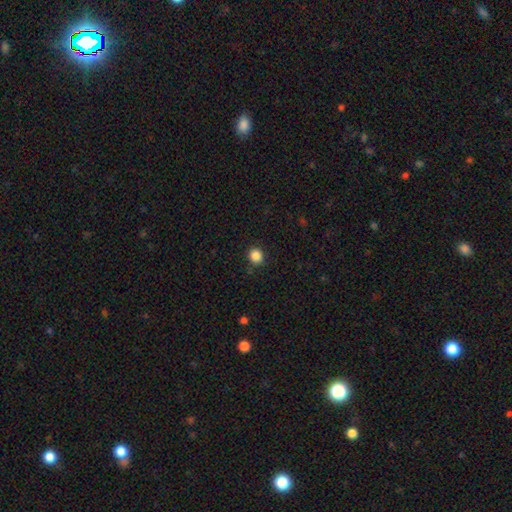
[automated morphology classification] smooth_or_featured: smooth (p=0.86) [alt: star or artifact p=0.11]
how_rounded: round (p=0.81) [alt: in between p=0.19]
merging: none (p=0.88) [alt: minor disturbance p=0.08]